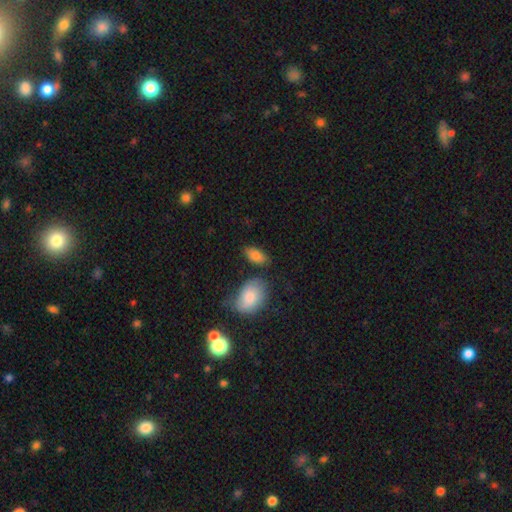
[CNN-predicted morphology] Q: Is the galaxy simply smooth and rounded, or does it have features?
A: smooth — 83%.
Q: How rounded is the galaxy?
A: in between — 92%.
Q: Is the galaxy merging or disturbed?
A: none — 69%.